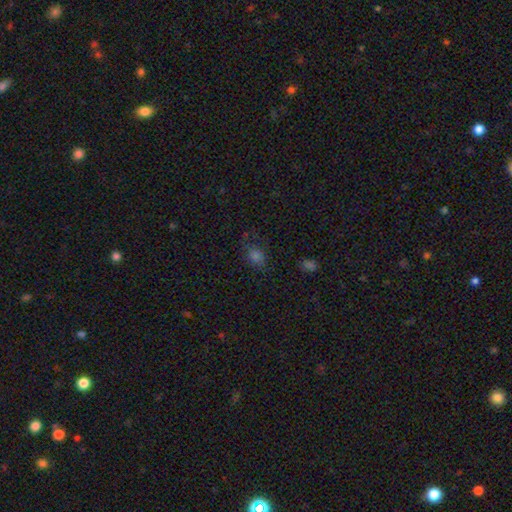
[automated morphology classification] smooth 68%, star or artifact 24%, featured or disk 8%. Down the decision tree: how rounded — in between (55%); merging — none (69%).